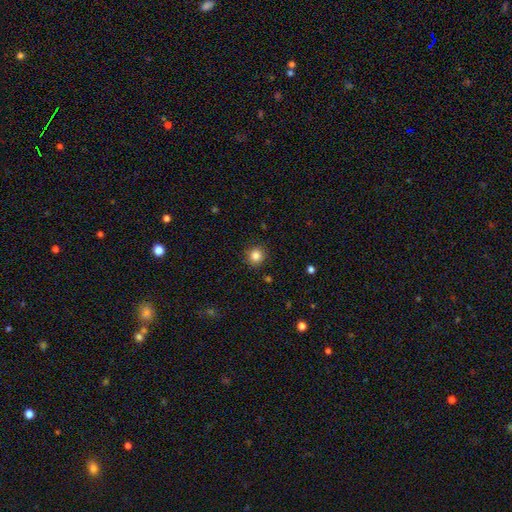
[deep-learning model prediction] smooth_or_featured: smooth (p=0.85) [alt: star or artifact p=0.11]
how_rounded: round (p=0.92) [alt: in between p=0.07]
merging: none (p=0.90) [alt: minor disturbance p=0.07]